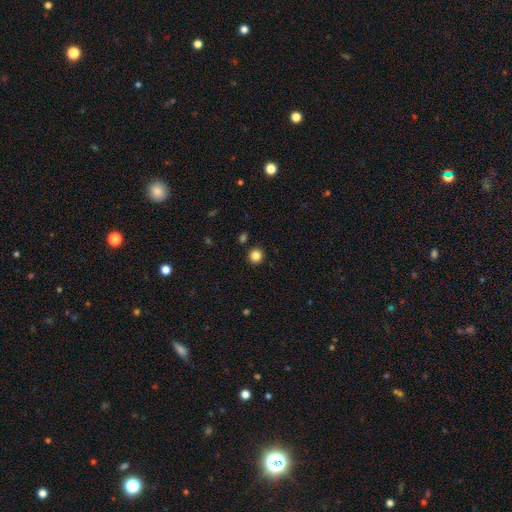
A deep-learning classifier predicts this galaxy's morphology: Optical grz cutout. It shows a smooth galaxy with no disk features (84%) that is round (93%). Merging: none (91%).